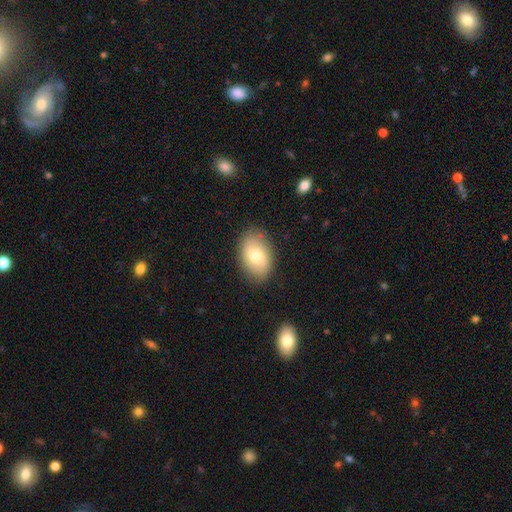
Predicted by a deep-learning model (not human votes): A smooth galaxy with no disk features (73%) that is in between round and cigar-shaped (88%).

Vote fractions:
- Smooth or featured? smooth: 73% / featured or disk: 20% / star or artifact: 7%
- How rounded? in between: 88% / round: 11% / cigar-shaped: 1%
- Merging? none: 84% / minor disturbance: 12% / major disturbance: 3% / merger: 1%